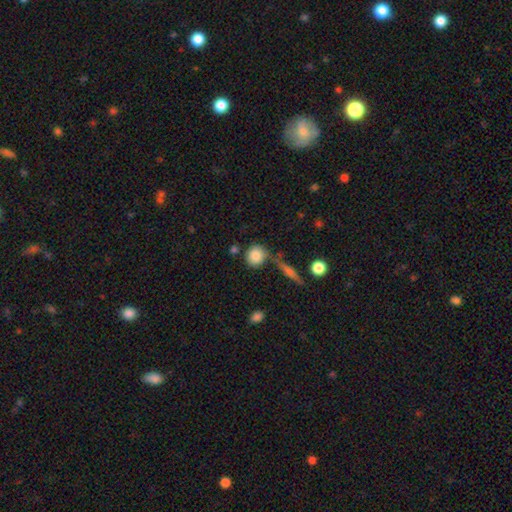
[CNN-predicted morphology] The model was most divided on "merging": none: 70%, minor disturbance: 14%, merger: 12%, major disturbance: 4%. More confident: how rounded — round (85%); smooth or featured — smooth (85%).